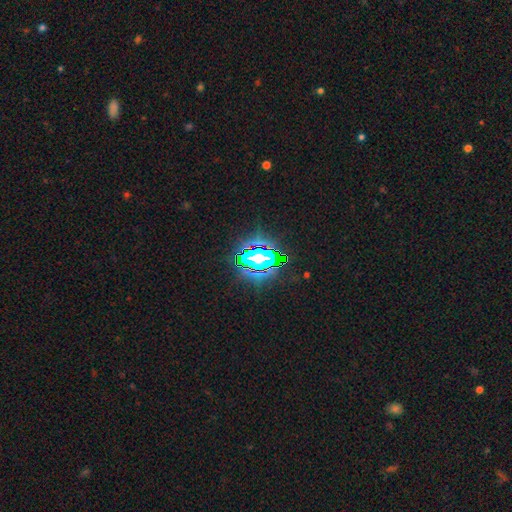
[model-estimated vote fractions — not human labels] This is likely a star or artifact rather than a galaxy (66%).